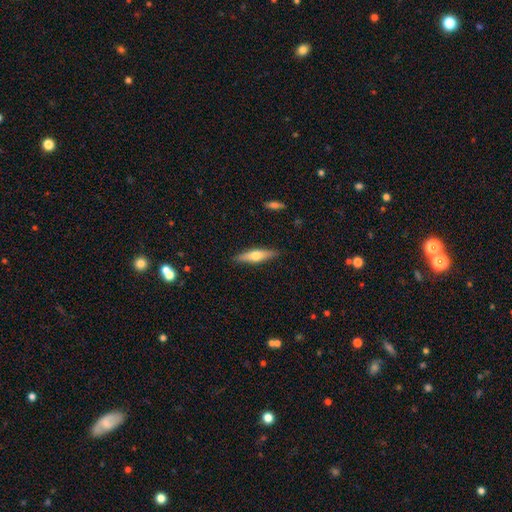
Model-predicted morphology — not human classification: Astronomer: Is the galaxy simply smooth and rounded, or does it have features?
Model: smooth — 50% (runner-up: featured or disk, 44%).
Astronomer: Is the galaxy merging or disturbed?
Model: none — 88%.